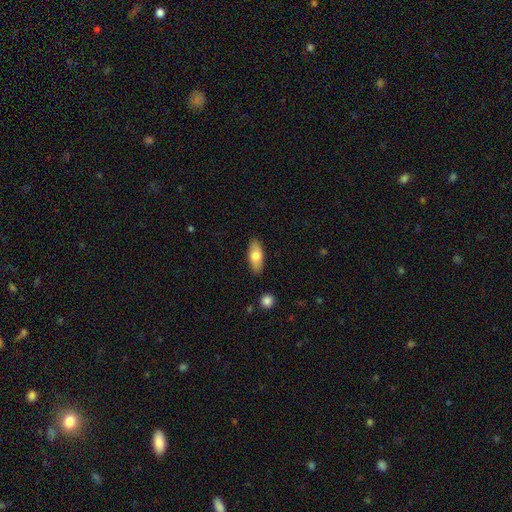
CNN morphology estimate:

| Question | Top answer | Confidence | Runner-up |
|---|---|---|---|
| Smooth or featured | smooth | 73% | featured or disk (21%) |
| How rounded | in between | 80% | cigar-shaped (17%) |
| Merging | none | 87% | minor disturbance (10%) |